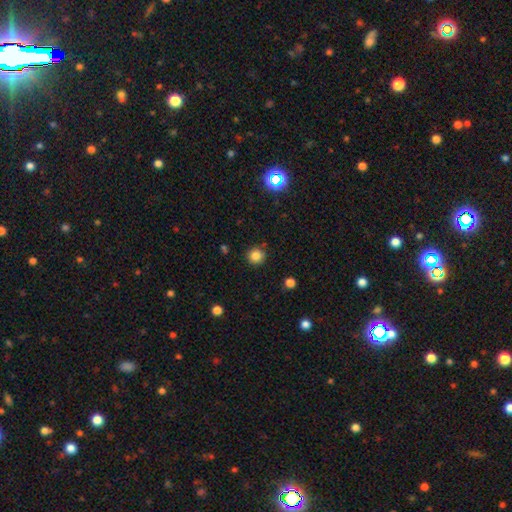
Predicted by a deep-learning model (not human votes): This is clearly a smooth galaxy (83%). How rounded: clearly round (93%). Merging: clearly none (88%).